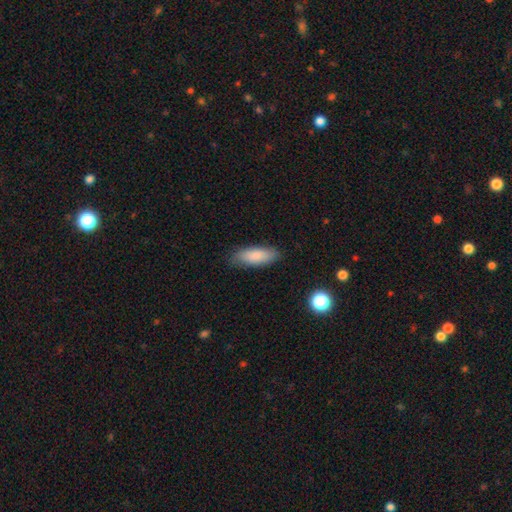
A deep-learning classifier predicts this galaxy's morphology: Smooth or featured? smooth (84%)
How rounded? in between (68%)
Merging? none (82%)